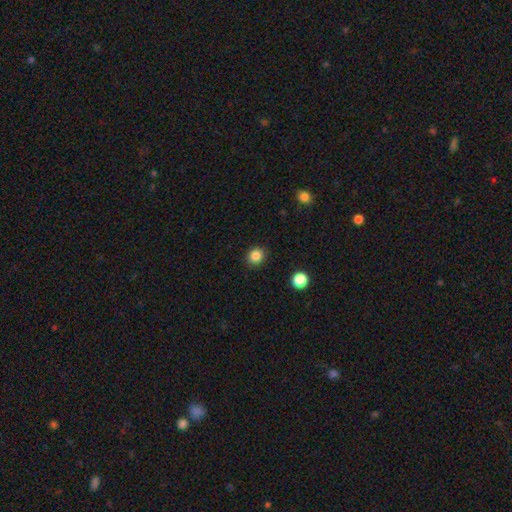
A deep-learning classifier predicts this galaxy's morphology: Smooth or featured: smooth — 85% (star or artifact — 11%)
How rounded: round — 76% (in between — 23%)
Merging: none — 90% (minor disturbance — 7%)